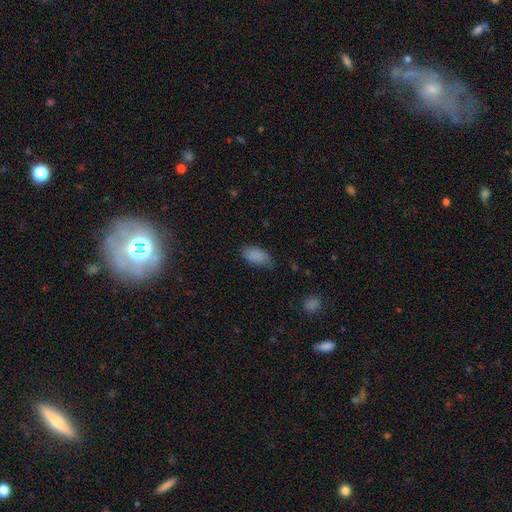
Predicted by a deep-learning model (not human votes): Smooth or featured: smooth — 87% (star or artifact — 8%)
How rounded: in between — 93% (cigar-shaped — 4%)
Merging: none — 68% (minor disturbance — 25%)